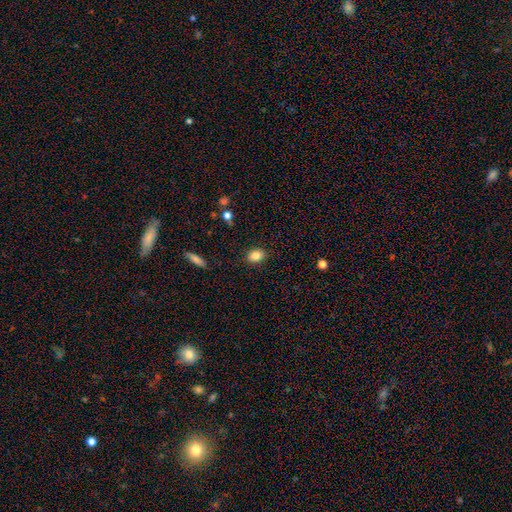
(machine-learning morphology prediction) The model was most divided on "how rounded": in between: 79%, round: 20%, cigar-shaped: 2%. More confident: merging — none (88%); smooth or featured — smooth (86%).